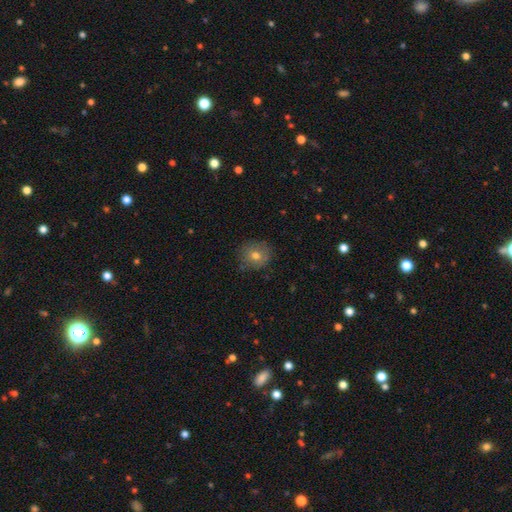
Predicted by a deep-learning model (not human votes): This is likely a smooth galaxy (72%). How rounded: clearly round (83%). Merging: clearly none (82%).